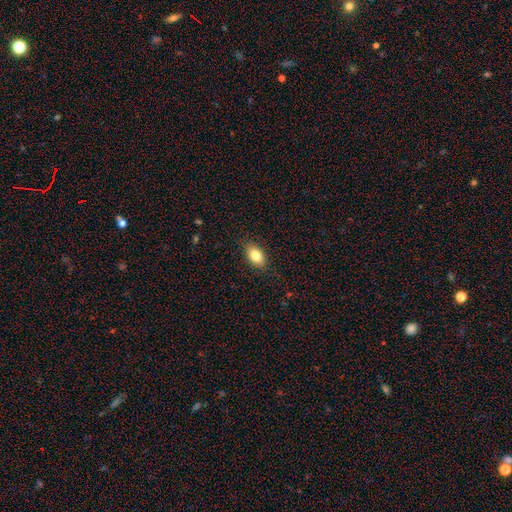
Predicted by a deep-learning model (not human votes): The model was most divided on "smooth or featured": smooth: 82%, featured or disk: 10%, star or artifact: 8%. More confident: how rounded — in between (88%); merging — none (87%).